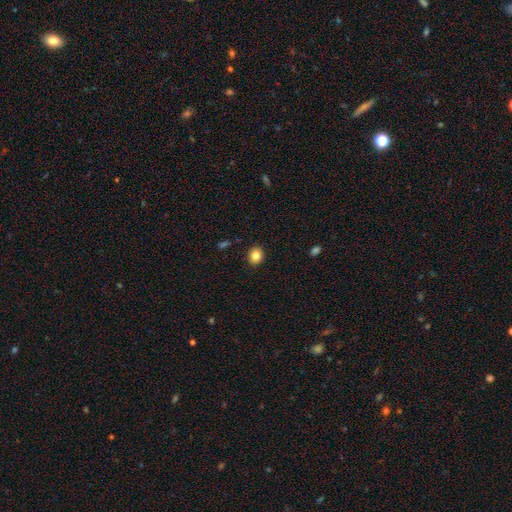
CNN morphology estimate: type=smooth (83%); roundness=round (67%); merging=none (91%).